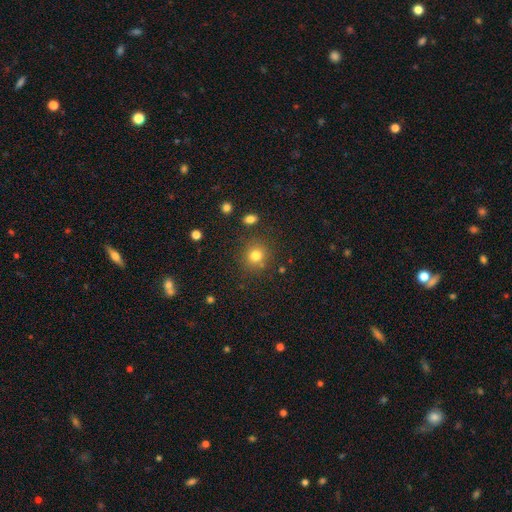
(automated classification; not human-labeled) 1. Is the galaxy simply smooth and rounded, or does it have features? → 79% smooth, 14% star or artifact, 7% featured or disk.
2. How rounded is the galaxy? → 87% round, 12% in between, 1% cigar-shaped.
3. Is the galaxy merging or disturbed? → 82% none, 10% minor disturbance, 5% merger, 3% major disturbance.